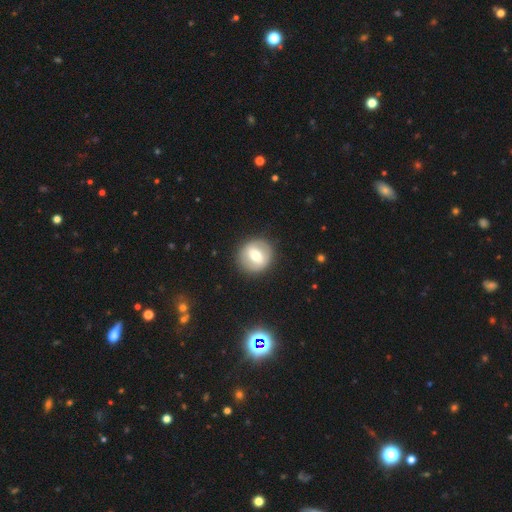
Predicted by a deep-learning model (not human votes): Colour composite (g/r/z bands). It shows a smooth galaxy with no disk features (49%). Merging: none (88%).